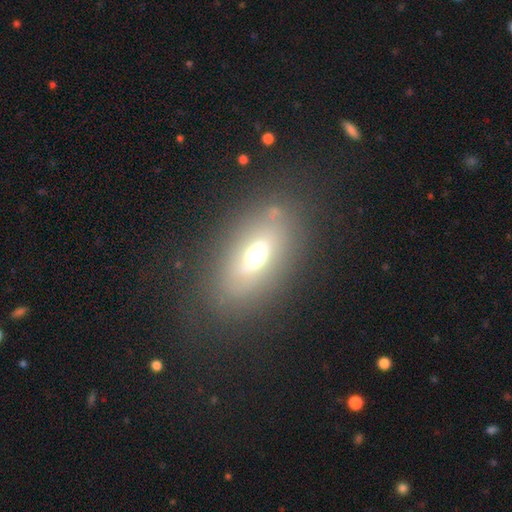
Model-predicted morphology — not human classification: A smooth galaxy with no disk features (55%) that is in between round and cigar-shaped (80%).

Vote fractions:
- Smooth or featured? smooth: 55% / featured or disk: 31% / star or artifact: 14%
- How rounded? in between: 80% / round: 10% / cigar-shaped: 10%
- Merging? none: 77% / minor disturbance: 13% / major disturbance: 7% / merger: 3%